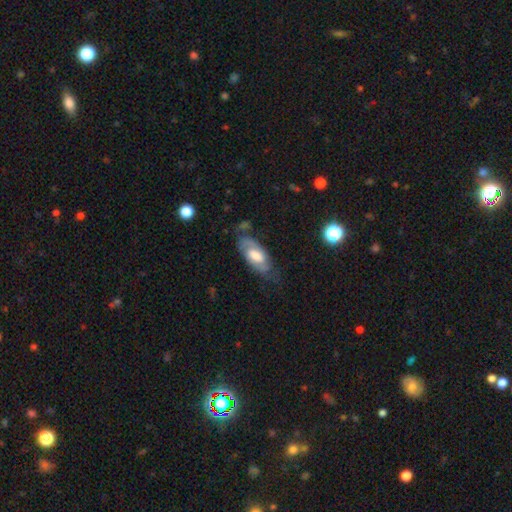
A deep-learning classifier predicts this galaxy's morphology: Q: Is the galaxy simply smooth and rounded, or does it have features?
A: featured or disk — 61%.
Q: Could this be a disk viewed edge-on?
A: no — 87%.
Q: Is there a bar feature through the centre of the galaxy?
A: no — 52%.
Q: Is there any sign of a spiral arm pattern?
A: yes — 79%.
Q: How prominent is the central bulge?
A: moderate — 47%.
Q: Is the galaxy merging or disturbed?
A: none — 60%.